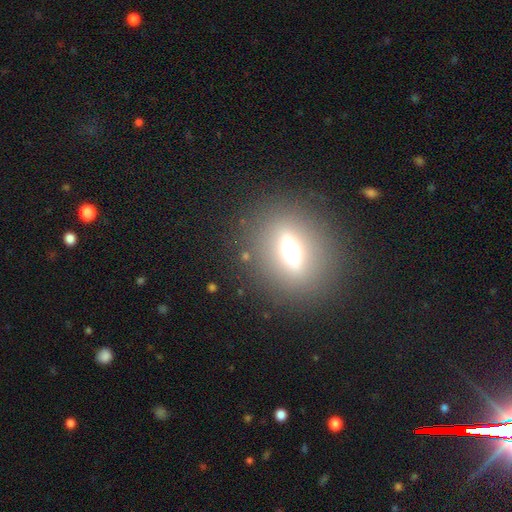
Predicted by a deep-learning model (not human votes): Morphology: type=smooth (46%); merging=none (87%).